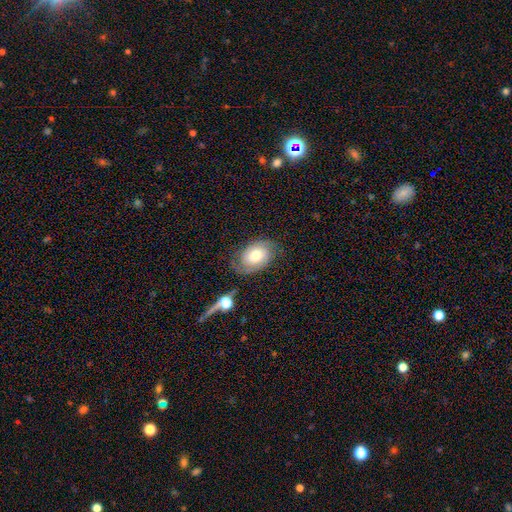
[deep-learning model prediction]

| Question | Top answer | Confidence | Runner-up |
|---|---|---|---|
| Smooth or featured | featured or disk | 49% | smooth (42%) |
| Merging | none | 70% | minor disturbance (19%) |